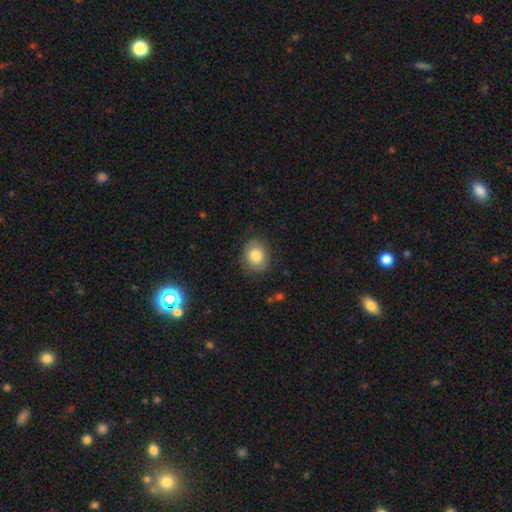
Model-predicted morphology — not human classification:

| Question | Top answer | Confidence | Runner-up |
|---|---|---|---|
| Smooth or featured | smooth | 80% | featured or disk (12%) |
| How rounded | round | 64% | in between (35%) |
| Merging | none | 83% | minor disturbance (12%) |